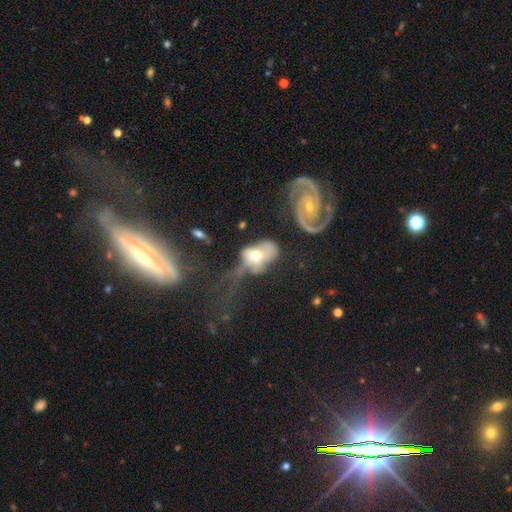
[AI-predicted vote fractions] smooth 48%, featured or disk 42%, star or artifact 10%. Down the decision tree: merging — major disturbance (50%).